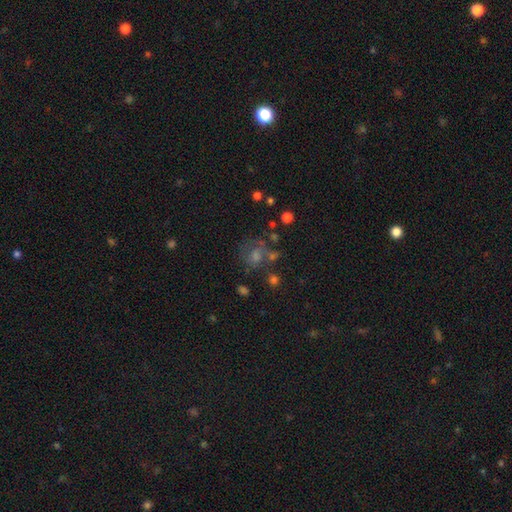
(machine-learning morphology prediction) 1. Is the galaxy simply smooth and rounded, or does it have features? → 38% smooth, 36% featured or disk, 26% star or artifact.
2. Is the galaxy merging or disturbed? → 50% none, 19% major disturbance, 18% minor disturbance, 13% merger.